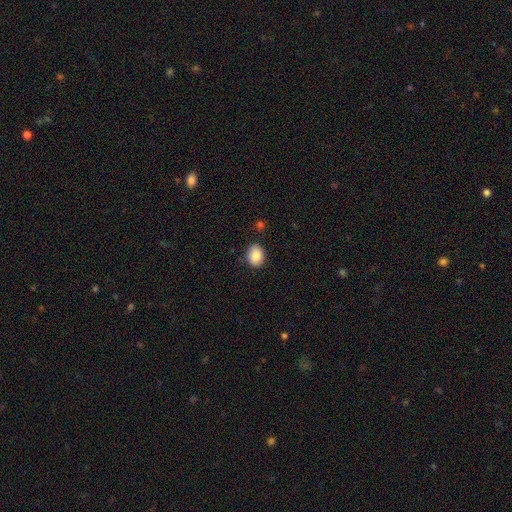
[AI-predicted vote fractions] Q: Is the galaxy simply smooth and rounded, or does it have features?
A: smooth — 86%.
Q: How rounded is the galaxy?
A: in between — 59%.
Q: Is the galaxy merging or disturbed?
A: none — 83%.